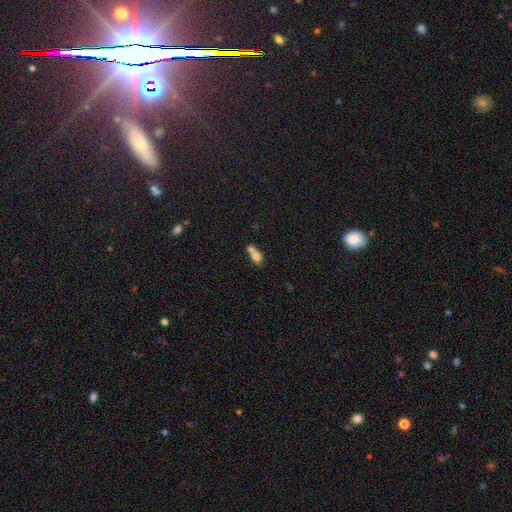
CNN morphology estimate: Smooth or featured? Predicted: smooth (p=0.73). How rounded? Predicted: in between (p=0.55). Merging? Predicted: merger (p=0.67).